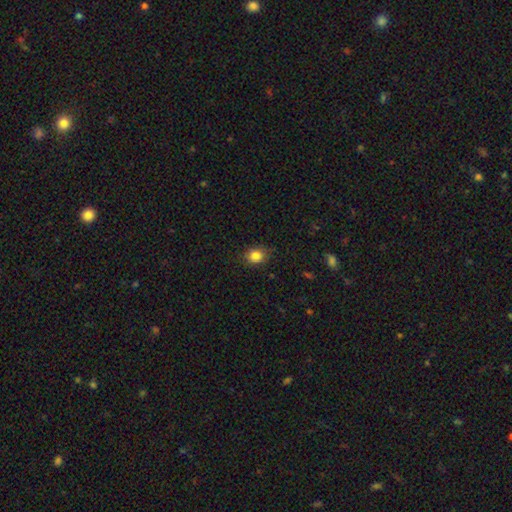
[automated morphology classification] type=smooth (84%); roundness=round (67%); merging=none (84%).